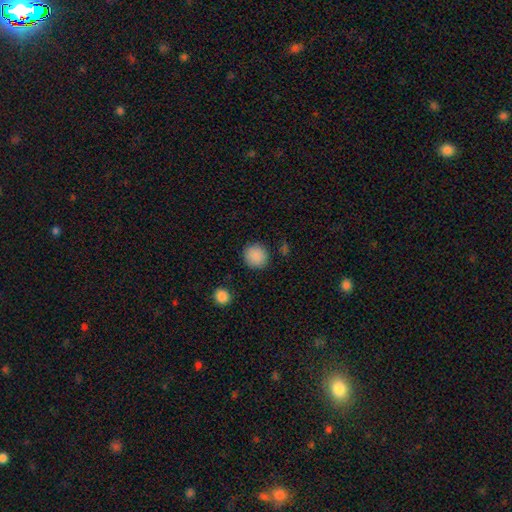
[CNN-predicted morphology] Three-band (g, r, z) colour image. It shows a smooth galaxy with no disk features (88%) that is round (91%). Merging: none (88%).